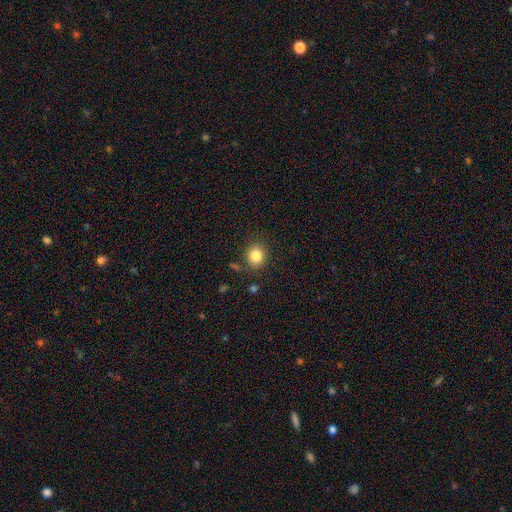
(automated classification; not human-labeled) smooth_or_featured: smooth (p=0.84) [alt: star or artifact p=0.10]
how_rounded: round (p=0.71) [alt: in between p=0.28]
merging: none (p=0.84) [alt: minor disturbance p=0.10]